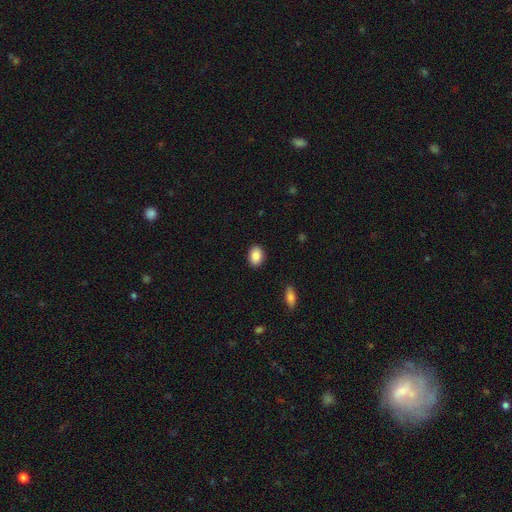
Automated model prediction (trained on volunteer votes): A smooth galaxy with no disk features (88%) that is in between round and cigar-shaped (74%).

Vote fractions:
- Smooth or featured? smooth: 88% / star or artifact: 7% / featured or disk: 5%
- How rounded? in between: 74% / round: 25% / cigar-shaped: 1%
- Merging? none: 90% / minor disturbance: 7% / major disturbance: 2% / merger: 1%